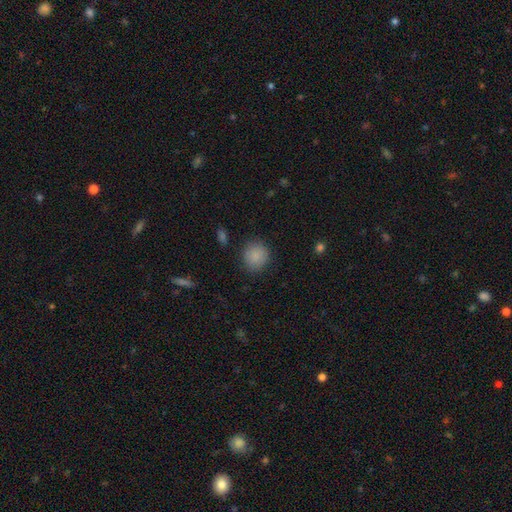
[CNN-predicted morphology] smooth-or-featured: smooth: 87% | star or artifact: 9% | featured or disk: 4%
  how-rounded: round: 89% | in between: 10% | cigar-shaped: 1%
  merging: none: 86% | minor disturbance: 10% | major disturbance: 3% | merger: 1%